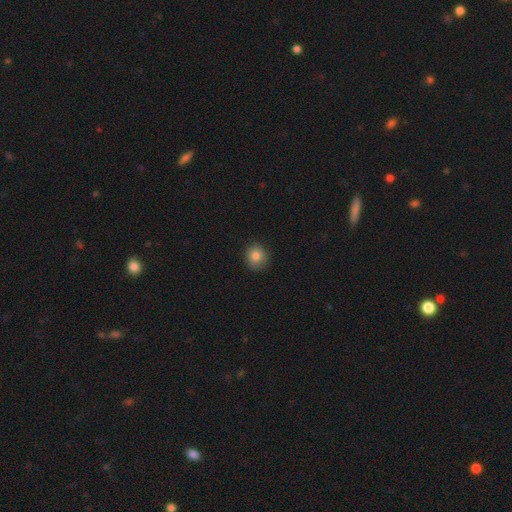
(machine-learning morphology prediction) smooth_or_featured: smooth (p=0.83) [alt: star or artifact p=0.10]
how_rounded: round (p=0.85) [alt: in between p=0.14]
merging: none (p=0.84) [alt: minor disturbance p=0.12]